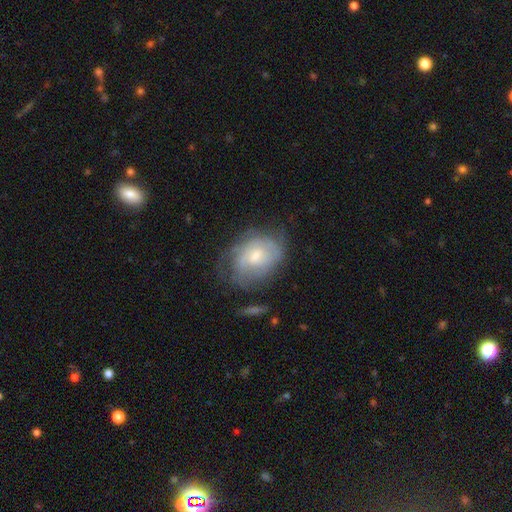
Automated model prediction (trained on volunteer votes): featured or disk 56%, smooth 37%, star or artifact 7%. Down the decision tree: edge-on disk — no (96%); bar — no (62%); spiral arms — yes (71%); bulge size — moderate (50%); merging — none (52%).